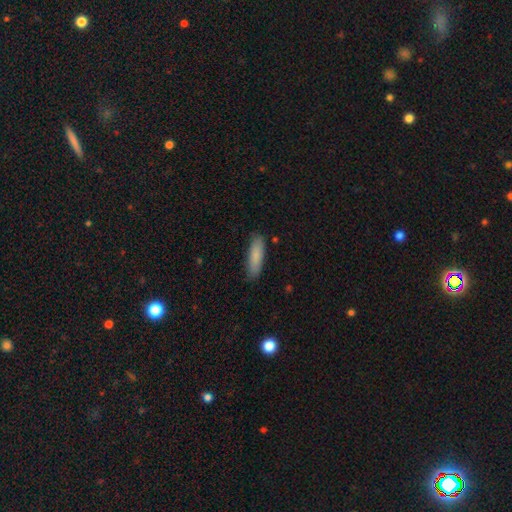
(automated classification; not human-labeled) smooth-or-featured: smooth: 85% | featured or disk: 9% | star or artifact: 6%
  how-rounded: cigar-shaped: 61% | in between: 37% | round: 1%
  merging: none: 85% | minor disturbance: 11% | major disturbance: 2% | merger: 1%